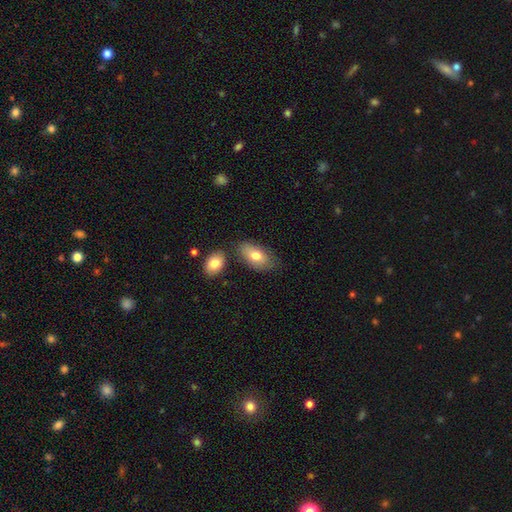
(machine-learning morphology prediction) A smooth galaxy with no disk features (75%) that is in between round and cigar-shaped (92%).

Vote fractions:
- Smooth or featured? smooth: 75% / featured or disk: 18% / star or artifact: 7%
- How rounded? in between: 92% / round: 5% / cigar-shaped: 2%
- Merging? none: 64% / minor disturbance: 18% / merger: 13% / major disturbance: 5%